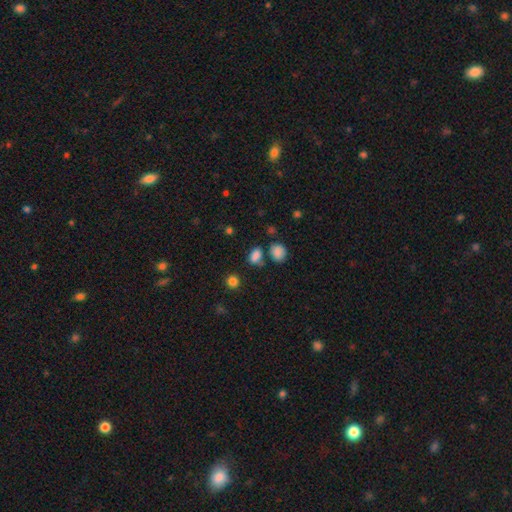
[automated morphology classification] Overall: smooth (81%). How rounded: in between (72%). Merging: none (59%).